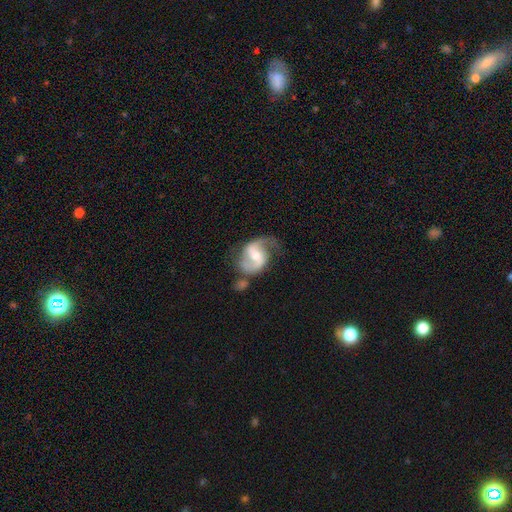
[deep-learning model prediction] Smooth or featured? featured or disk (86%)
Edge-on disk? no (98%)
Bar? weak (47%)
Spiral arms? yes (95%)
Spiral winding? medium (46%)
Spiral arm count? 2 (90%)
Bulge size? moderate (59%)
Merging? none (62%)